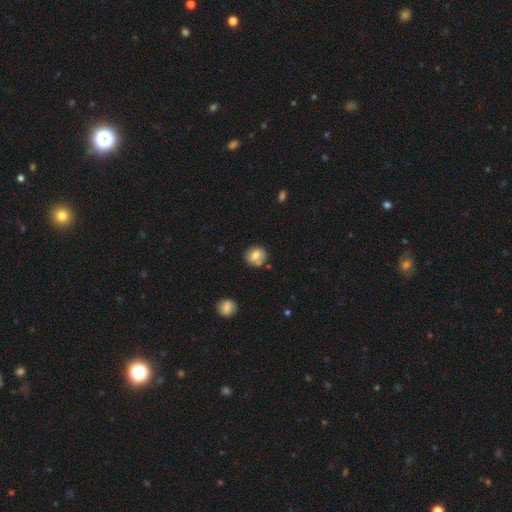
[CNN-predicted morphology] Smooth or featured?
  - smooth: 72% *
  - featured or disk: 20%
  - star or artifact: 9%
How rounded?
  - round: 82% *
  - in between: 17%
  - cigar-shaped: 1%
Merging?
  - none: 74% *
  - minor disturbance: 17%
  - merger: 5%
  - major disturbance: 4%